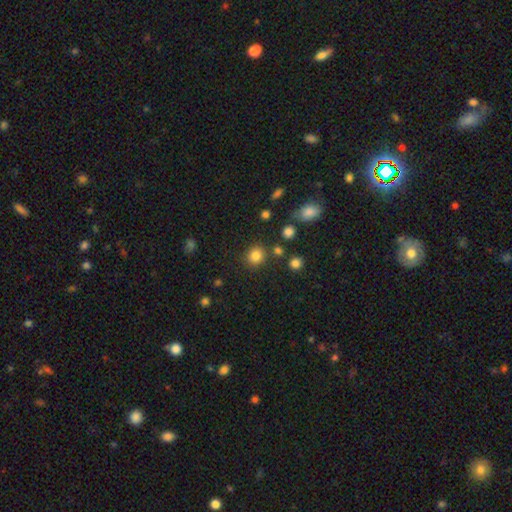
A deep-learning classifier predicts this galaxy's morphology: This is clearly a smooth galaxy (83%). How rounded: clearly round (84%). Merging: clearly none (83%).